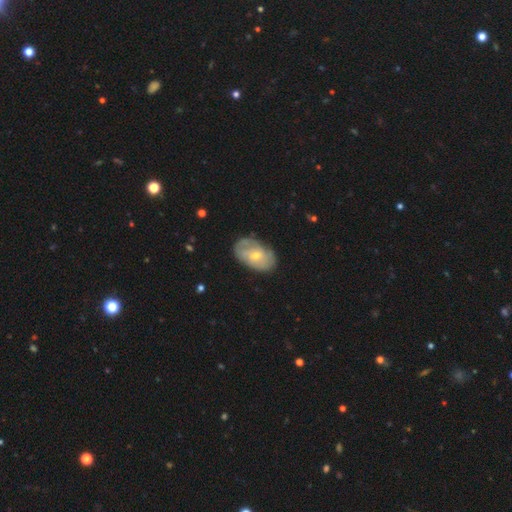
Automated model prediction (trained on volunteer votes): smooth_or_featured: featured or disk (p=0.56) [alt: smooth p=0.38]
disk_edge_on: no (p=0.93) [alt: yes p=0.07]
bar: no (p=0.66) [alt: weak p=0.28]
has_spiral_arms: yes (p=0.61) [alt: no p=0.39]
bulge_size: small (p=0.54) [alt: moderate p=0.43]
merging: none (p=0.71) [alt: minor disturbance p=0.22]